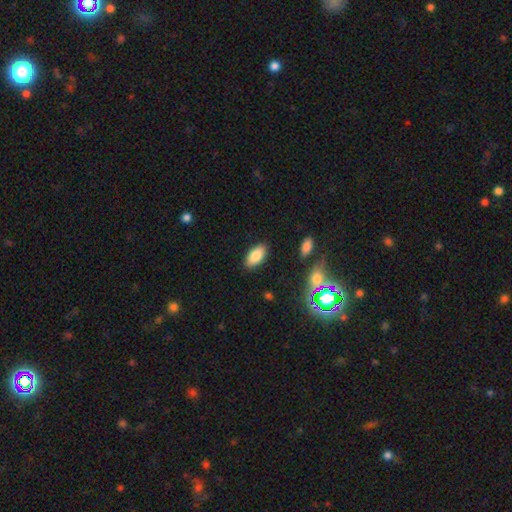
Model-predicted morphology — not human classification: smooth 83%, featured or disk 9%, star or artifact 8%. Down the decision tree: how rounded — in between (91%); merging — none (88%).